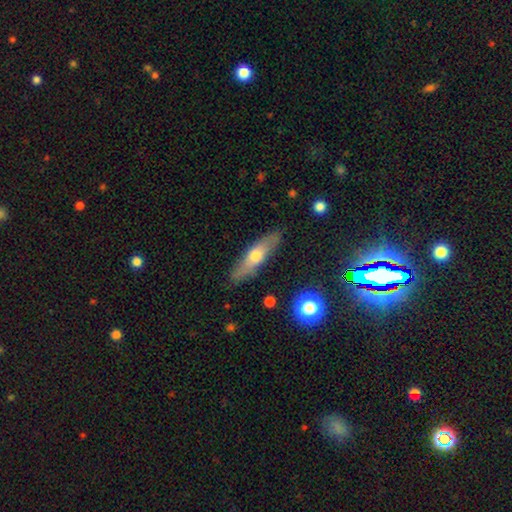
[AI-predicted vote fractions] Overall: smooth (50%; featured or disk 43%). How rounded: cigar-shaped (70%). Merging: none (83%).